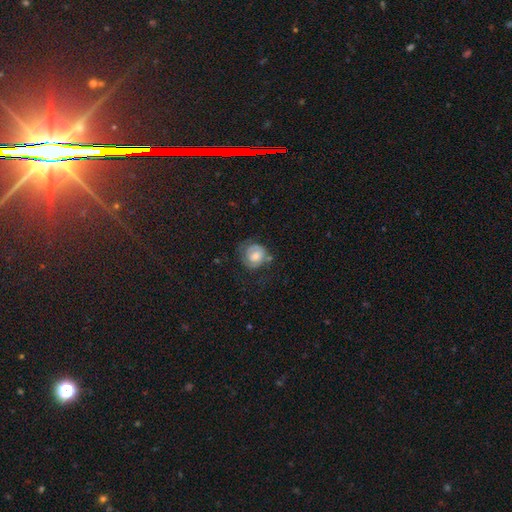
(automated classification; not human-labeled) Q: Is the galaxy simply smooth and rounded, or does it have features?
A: featured or disk — 50%.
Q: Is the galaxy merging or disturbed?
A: none — 52%.